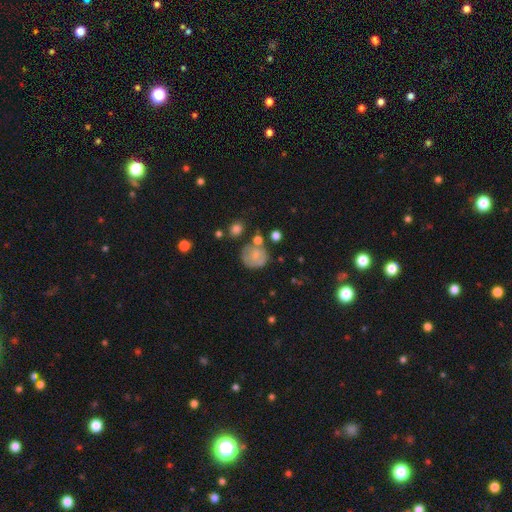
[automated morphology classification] A smooth galaxy with no disk features (61%) that is round (83%). Merging: none (57%).